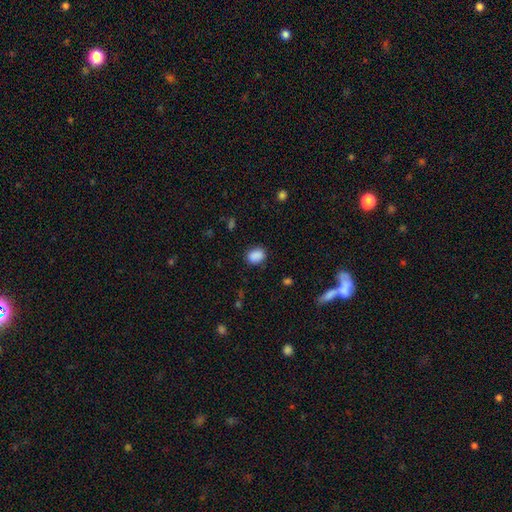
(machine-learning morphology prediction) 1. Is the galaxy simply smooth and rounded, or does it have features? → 89% smooth, 8% star or artifact, 3% featured or disk.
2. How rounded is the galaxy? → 66% in between, 32% round, 1% cigar-shaped.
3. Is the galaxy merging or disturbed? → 84% none, 12% minor disturbance, 3% major disturbance, 1% merger.